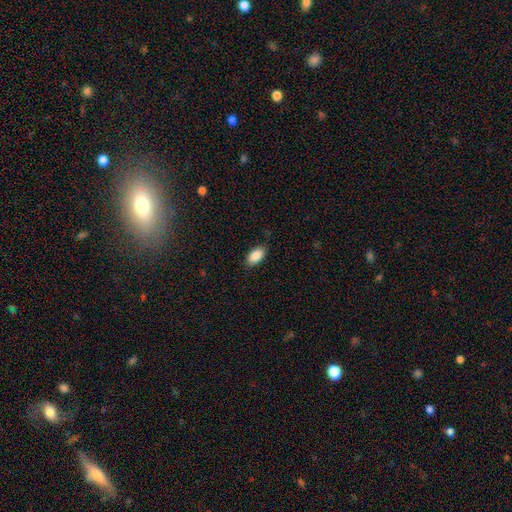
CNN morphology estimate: Q: Smooth or featured?
A: smooth (88%); runner-up: star or artifact (7%)
Q: How rounded?
A: in between (93%); runner-up: round (3%)
Q: Merging?
A: none (86%); runner-up: minor disturbance (11%)